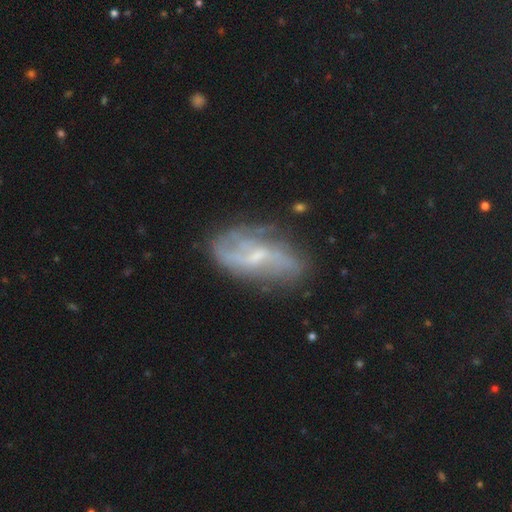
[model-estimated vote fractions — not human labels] A featured or disk galaxy (73%) with a weak bar (52%), 2 (52%) loose (55%) spiral arms (80%) and a small central bulge (52%). Merging: none (60%).